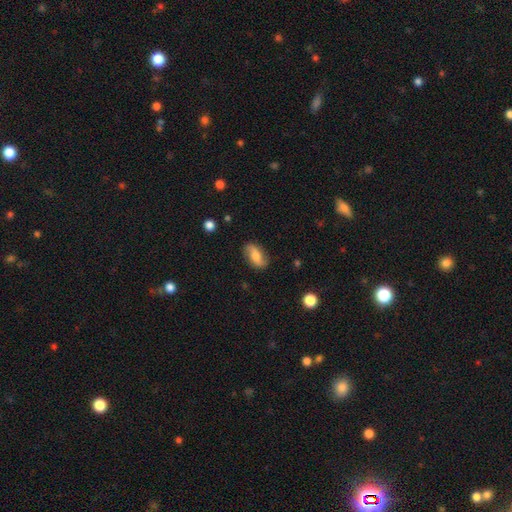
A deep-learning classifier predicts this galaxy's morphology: Smooth or featured: featured or disk — 52% (smooth — 41%)
Edge-on disk: no — 92% (yes — 8%)
Merging: none — 81% (minor disturbance — 14%)